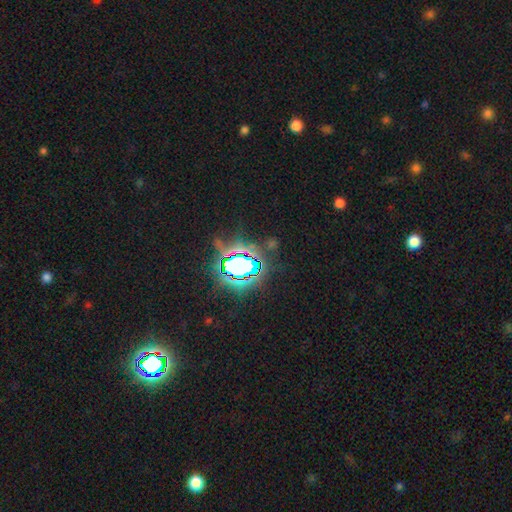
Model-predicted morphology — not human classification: Q: Smooth or featured?
A: star or artifact (82%); runner-up: smooth (11%)